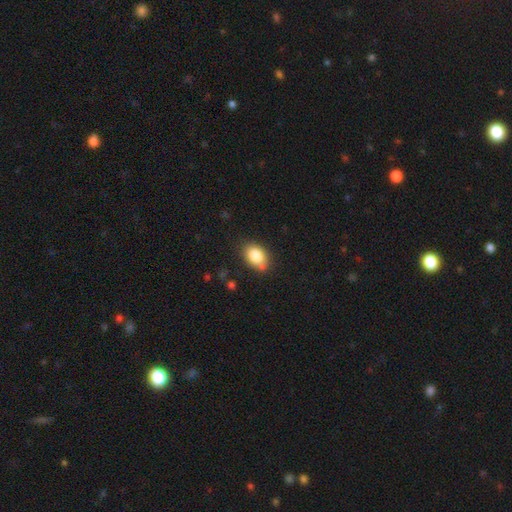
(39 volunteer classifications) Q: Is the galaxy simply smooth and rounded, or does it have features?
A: smooth — 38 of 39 (97%).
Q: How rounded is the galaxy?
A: in between — 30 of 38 (79%).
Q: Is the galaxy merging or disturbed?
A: none — 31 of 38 (82%).